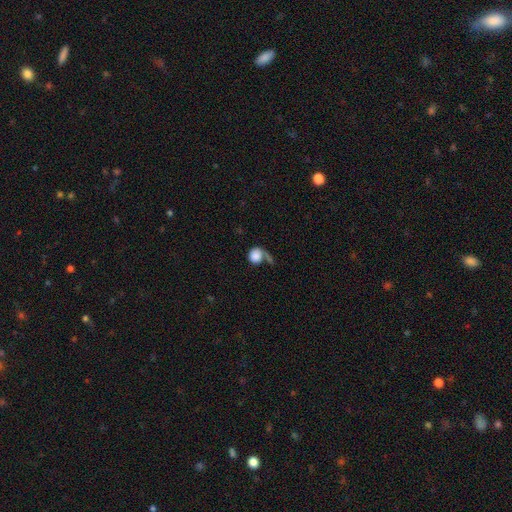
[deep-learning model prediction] Overall: smooth (77%). How rounded: round (80%). Merging: none (37%; major disturbance 27%).